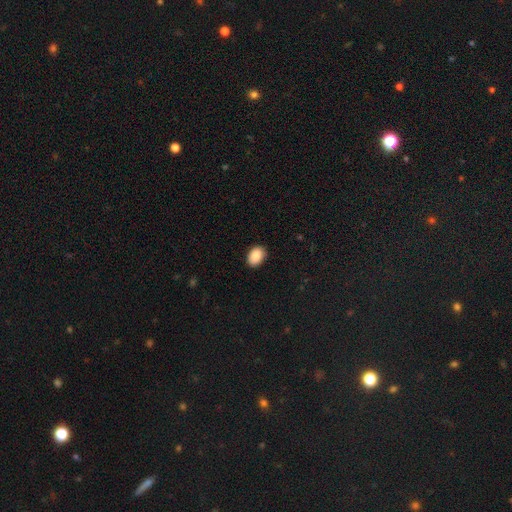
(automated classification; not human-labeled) A smooth galaxy with no disk features (89%) that is in between round and cigar-shaped (81%). Merging: none (86%).